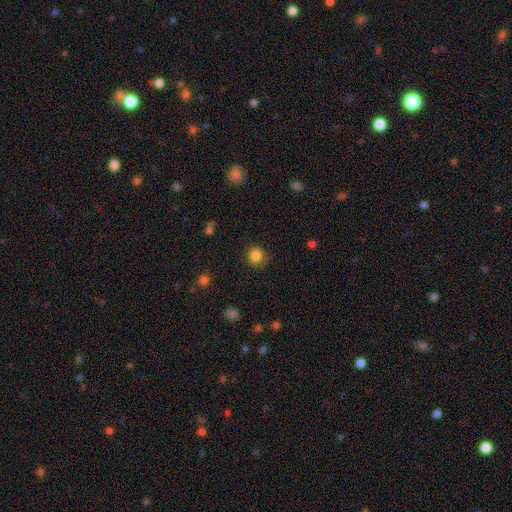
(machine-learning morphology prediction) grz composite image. It shows a smooth galaxy with no disk features (85%) that is round (87%). Merging: none (82%).